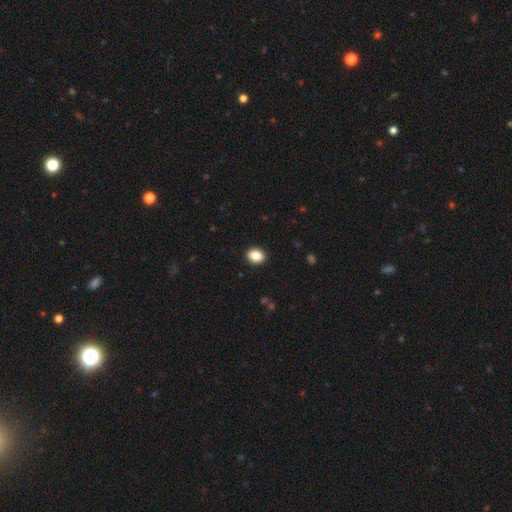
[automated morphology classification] A smooth galaxy with no disk features (87%) that is in between round and cigar-shaped (51%).

Vote fractions:
- Smooth or featured? smooth: 87% / star or artifact: 9% / featured or disk: 5%
- How rounded? in between: 51% / round: 48% / cigar-shaped: 1%
- Merging? none: 92% / minor disturbance: 6% / major disturbance: 2% / merger: 1%